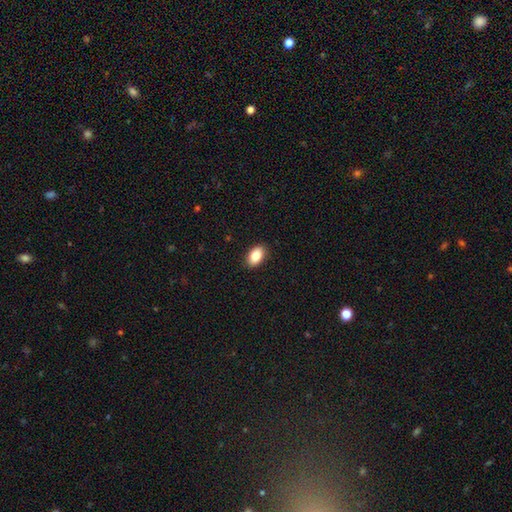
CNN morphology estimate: Smooth or featured? smooth (86%)
How rounded? in between (91%)
Merging? none (90%)